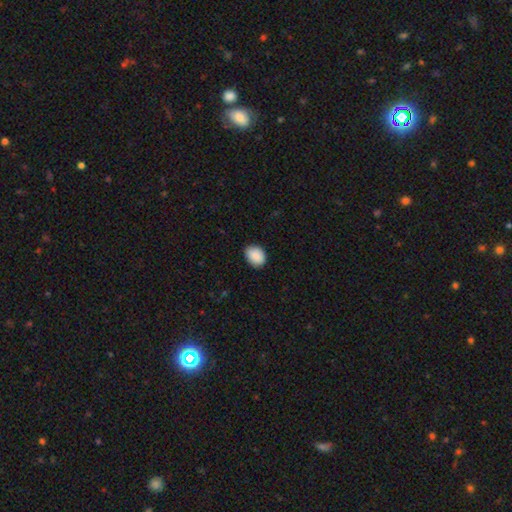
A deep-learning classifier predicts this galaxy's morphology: Smooth or featured?
  - smooth: 90% *
  - star or artifact: 7%
  - featured or disk: 3%
How rounded?
  - in between: 66% *
  - round: 33%
  - cigar-shaped: 1%
Merging?
  - none: 85% *
  - minor disturbance: 12%
  - major disturbance: 2%
  - merger: 1%